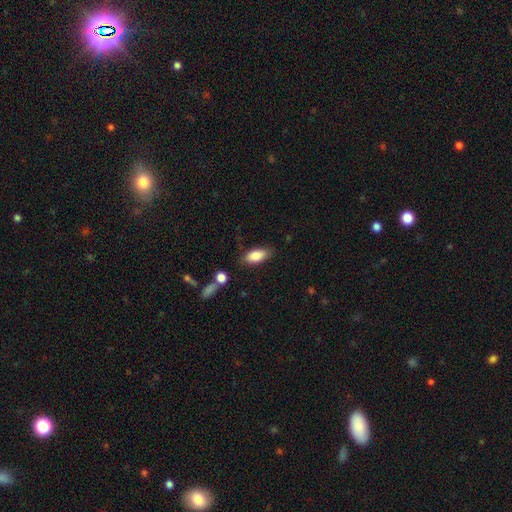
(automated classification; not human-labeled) A smooth galaxy with no disk features (84%) that is in between round and cigar-shaped (88%). Merging: none (81%).